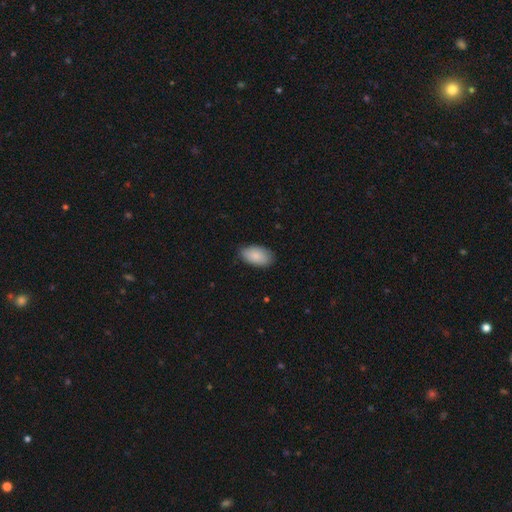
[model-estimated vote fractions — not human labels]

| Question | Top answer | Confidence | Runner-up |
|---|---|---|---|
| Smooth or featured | smooth | 87% | featured or disk (7%) |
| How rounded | in between | 95% | round (4%) |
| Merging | none | 83% | minor disturbance (14%) |